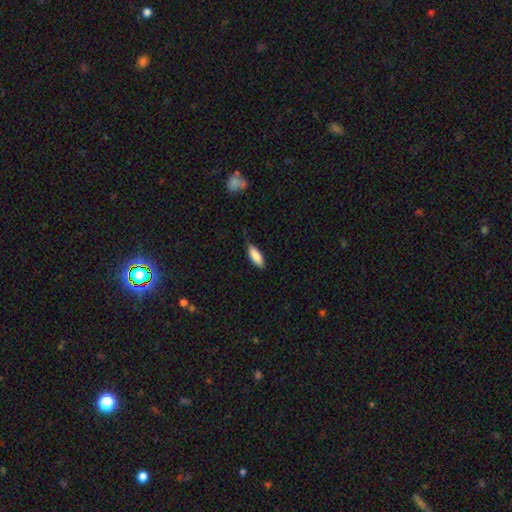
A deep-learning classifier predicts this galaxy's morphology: smooth_or_featured: smooth (p=0.87) [alt: featured or disk p=0.07]
how_rounded: in between (p=0.73) [alt: cigar-shaped p=0.25]
merging: none (p=0.67) [alt: minor disturbance p=0.26]